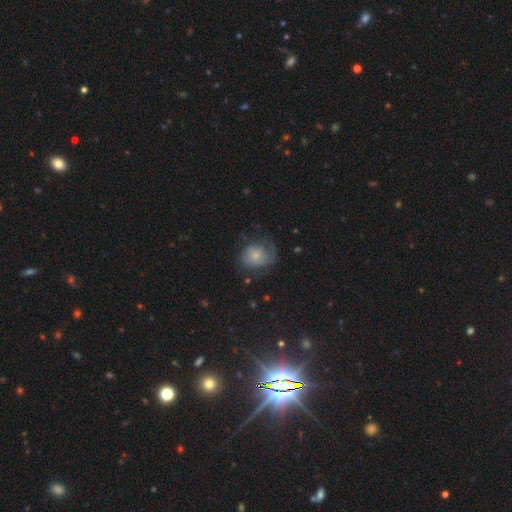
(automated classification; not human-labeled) Smooth or featured: smooth — 57% (featured or disk — 34%)
How rounded: round — 62% (in between — 37%)
Merging: none — 45% (minor disturbance — 29%)